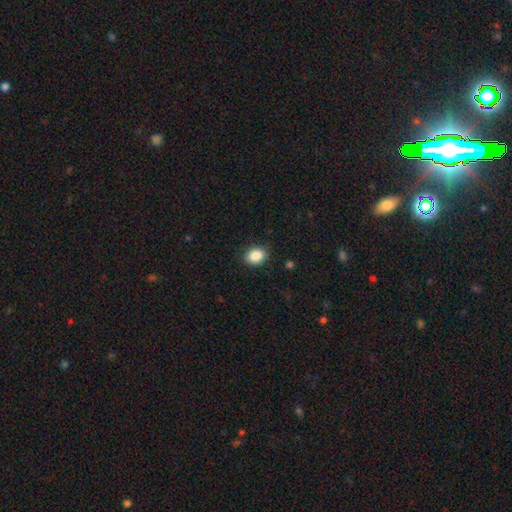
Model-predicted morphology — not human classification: smooth-or-featured: smooth: 88% | star or artifact: 9% | featured or disk: 4%
  how-rounded: in between: 57% | round: 42% | cigar-shaped: 1%
  merging: none: 87% | minor disturbance: 10% | major disturbance: 2% | merger: 1%